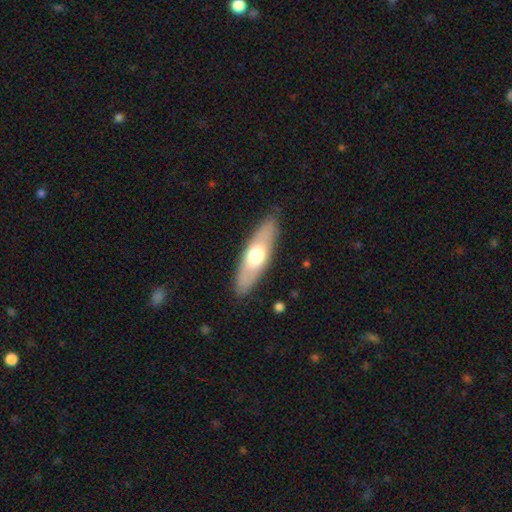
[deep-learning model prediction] The model was most divided on "how rounded": in between: 52%, cigar-shaped: 45%, round: 2%. More confident: merging — none (86%); smooth or featured — smooth (58%).